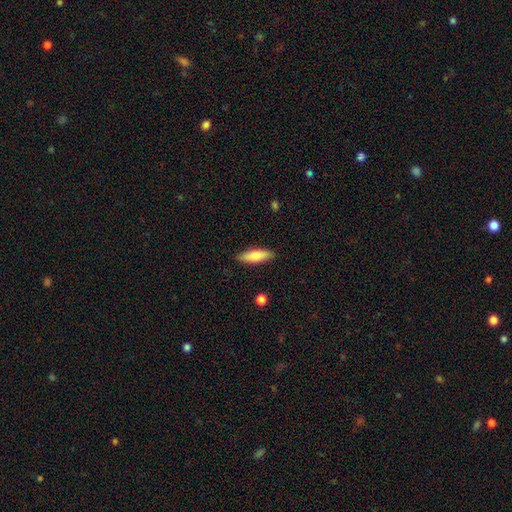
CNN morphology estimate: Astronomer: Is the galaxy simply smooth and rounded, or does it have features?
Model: smooth — 75%.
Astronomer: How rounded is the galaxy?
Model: cigar-shaped — 49%, tied with in between at 49%.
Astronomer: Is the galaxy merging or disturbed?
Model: none — 88%.